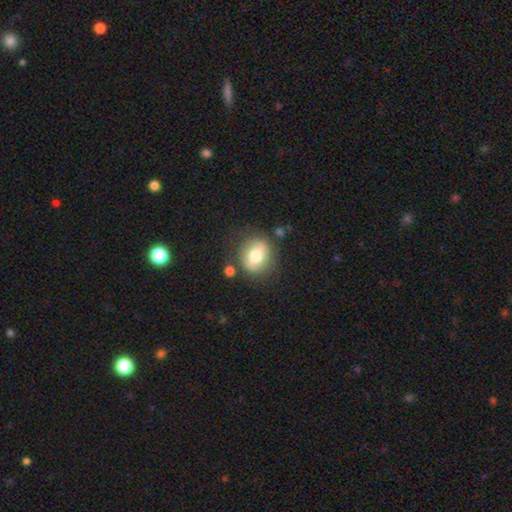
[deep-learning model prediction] A smooth galaxy with no disk features (67%) that is round (71%). Merging: none (76%).